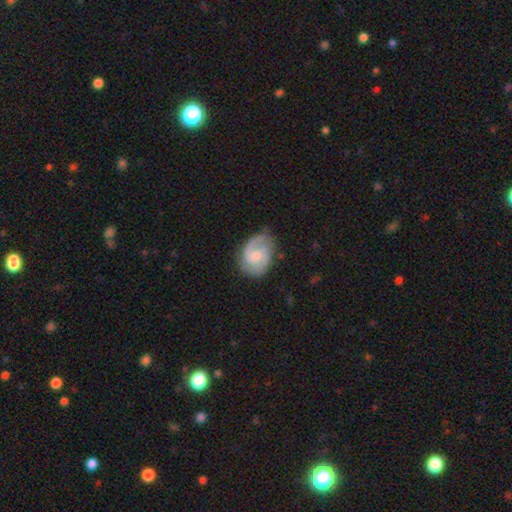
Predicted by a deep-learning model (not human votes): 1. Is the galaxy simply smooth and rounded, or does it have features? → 81% featured or disk, 14% smooth, 5% star or artifact.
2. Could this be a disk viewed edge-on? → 98% no, 2% yes.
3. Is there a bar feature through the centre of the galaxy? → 51% no, 43% weak, 6% strong.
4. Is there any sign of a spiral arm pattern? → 96% yes, 4% no.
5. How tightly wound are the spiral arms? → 50% medium, 34% tight, 16% loose.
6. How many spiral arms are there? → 80% 2, 8% can't tell, 5% 3, 5% 1, 1% 4, 1% more than 4.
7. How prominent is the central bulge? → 48% small, 41% moderate, 7% none, 3% large, 1% dominant.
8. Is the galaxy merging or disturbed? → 73% none, 19% minor disturbance, 7% major disturbance, 1% merger.